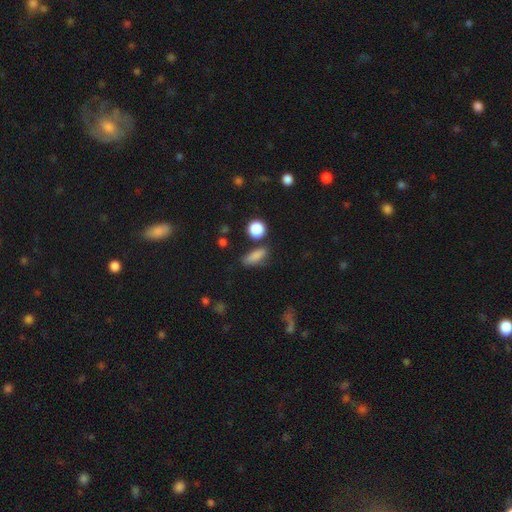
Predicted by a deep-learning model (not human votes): This appears to be a smooth galaxy with no disk features (81%) that is in between round and cigar-shaped (60%). Merging: none (67%).